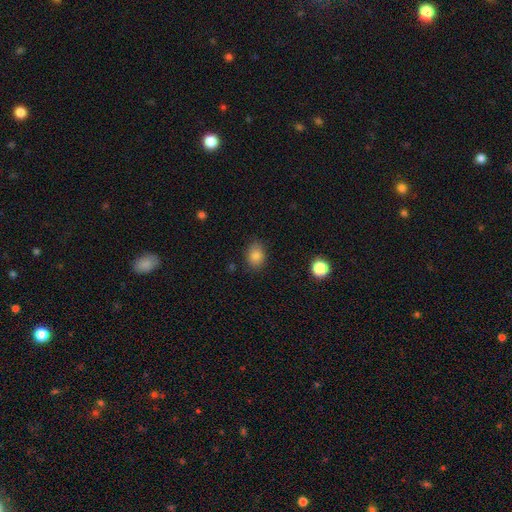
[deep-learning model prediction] Overall: smooth (84%). How rounded: in between (65%; round 34%). Merging: none (81%).